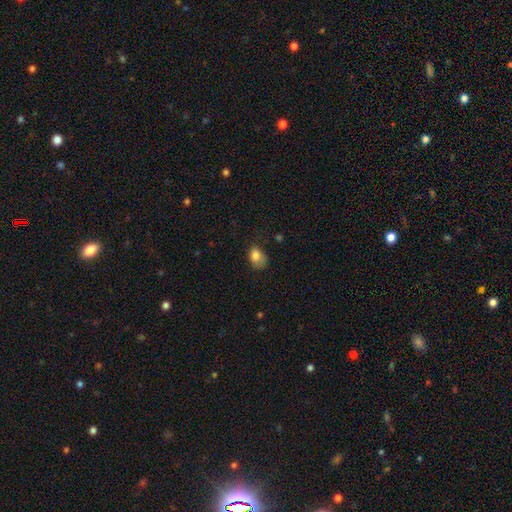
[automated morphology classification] A smooth galaxy with no disk features (81%) that is in between round and cigar-shaped (69%). Merging: none (39%, tied with minor disturbance).